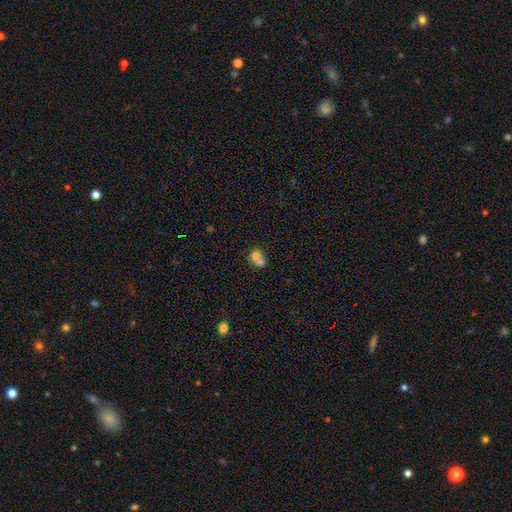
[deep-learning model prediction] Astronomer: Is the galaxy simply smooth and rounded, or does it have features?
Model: smooth — 71%.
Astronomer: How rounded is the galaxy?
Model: round — 72%.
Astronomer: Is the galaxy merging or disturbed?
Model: merger — 68%.